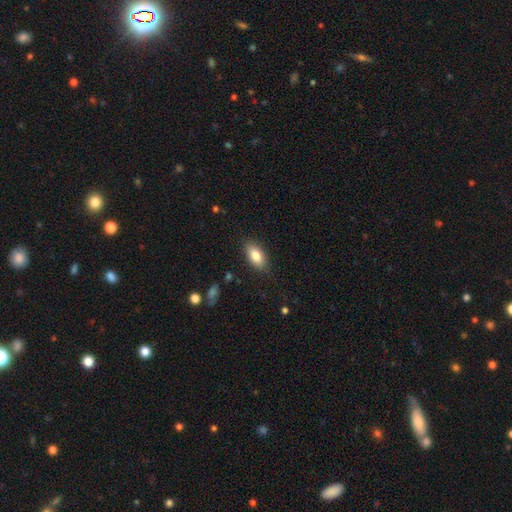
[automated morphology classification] smooth 82%, featured or disk 11%, star or artifact 7%. Down the decision tree: how rounded — in between (89%); merging — none (84%).